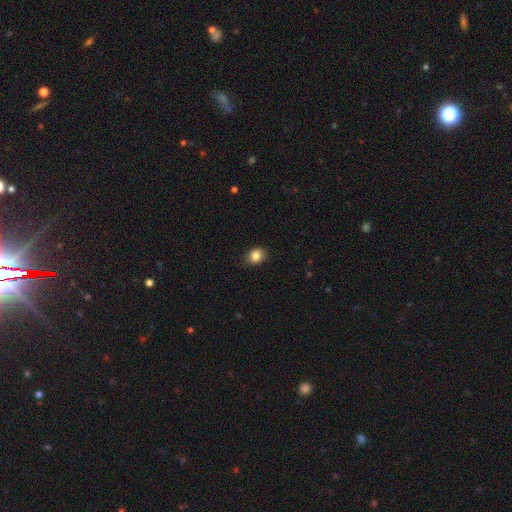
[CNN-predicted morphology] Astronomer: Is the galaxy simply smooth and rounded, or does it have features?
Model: smooth — 85%.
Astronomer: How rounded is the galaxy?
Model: in between — 50% (runner-up: round, 49%).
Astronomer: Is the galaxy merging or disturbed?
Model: none — 86%.